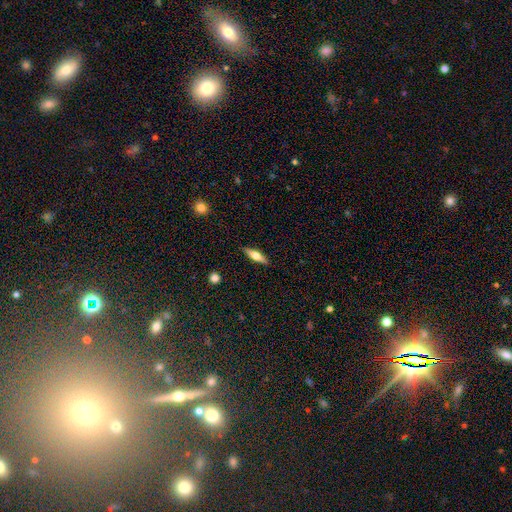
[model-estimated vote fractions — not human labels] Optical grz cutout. It shows a smooth galaxy with no disk features (48%). Merging: none (89%).